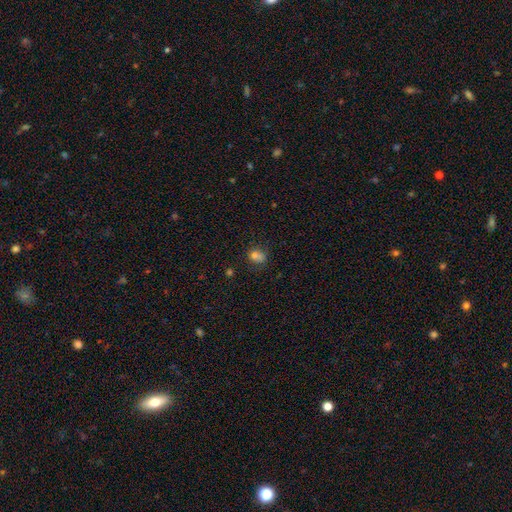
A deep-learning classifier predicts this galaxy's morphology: Overall: smooth (74%). How rounded: round (60%; in between 39%). Merging: none (53%; minor disturbance 23%).